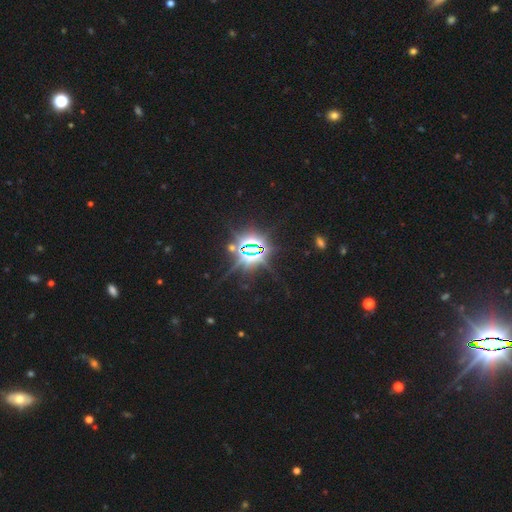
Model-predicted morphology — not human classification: Q: Smooth or featured?
A: star or artifact (85%); runner-up: featured or disk (8%)